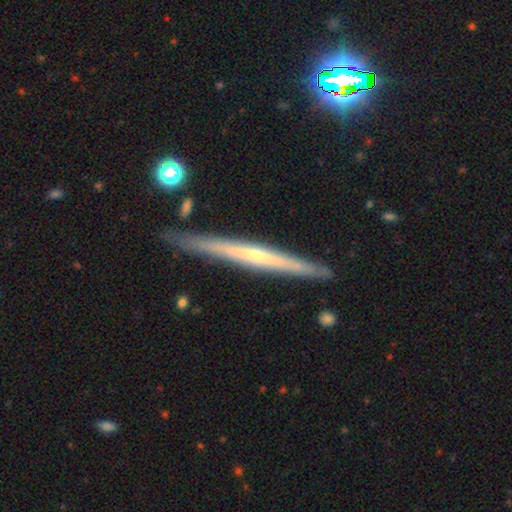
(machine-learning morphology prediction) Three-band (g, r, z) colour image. It shows a featured or disk galaxy (72%) viewed edge-on (97%) with no central bulge (49%). Merging: none (89%).